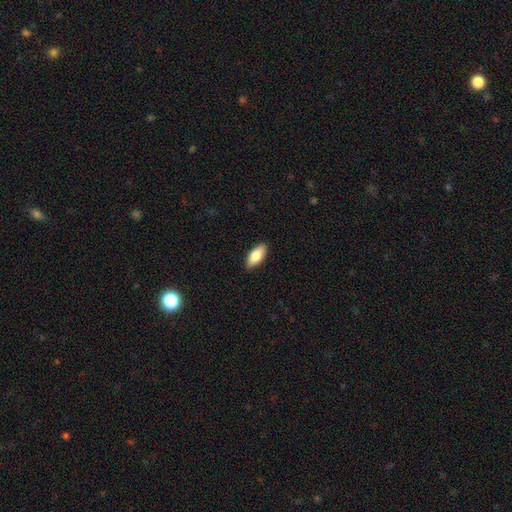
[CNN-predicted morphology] Q: Smooth or featured?
A: smooth (80%); runner-up: featured or disk (13%)
Q: How rounded?
A: in between (88%); runner-up: cigar-shaped (10%)
Q: Merging?
A: none (89%); runner-up: minor disturbance (8%)